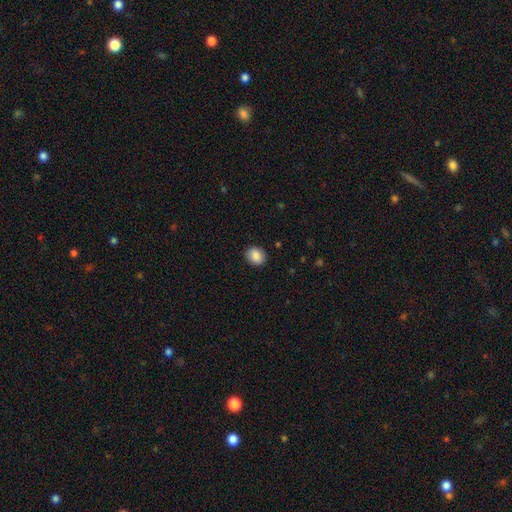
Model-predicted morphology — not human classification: Smooth or featured: smooth — 88% (star or artifact — 8%)
How rounded: round — 56% (in between — 44%)
Merging: none — 89% (minor disturbance — 8%)